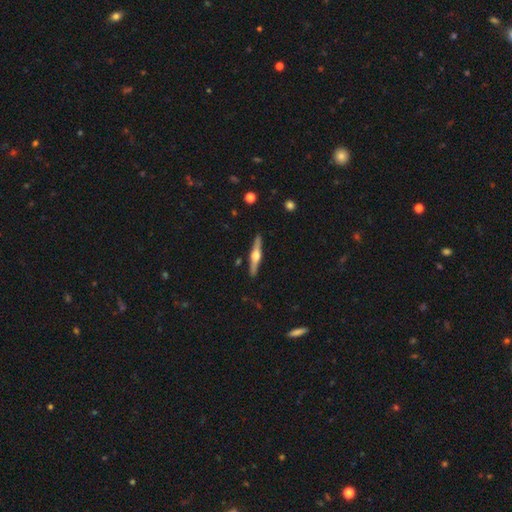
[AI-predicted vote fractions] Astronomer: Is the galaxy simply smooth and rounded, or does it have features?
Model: featured or disk — 72%.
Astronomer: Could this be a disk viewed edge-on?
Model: yes — 98%.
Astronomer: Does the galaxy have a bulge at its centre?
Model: rounded — 95%.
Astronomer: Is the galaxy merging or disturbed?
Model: none — 90%.